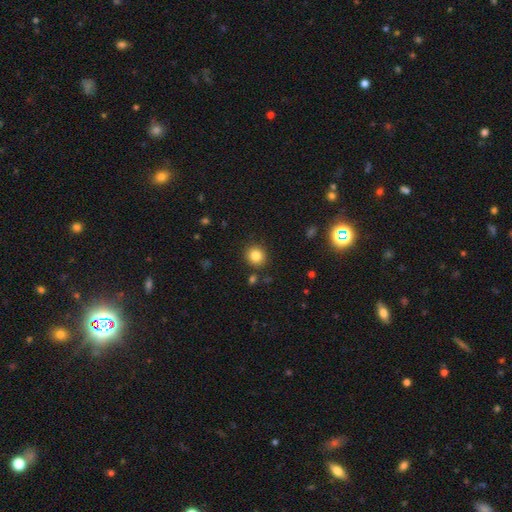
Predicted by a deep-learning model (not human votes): A smooth galaxy with no disk features (84%) that is round (87%).

Vote fractions:
- Smooth or featured? smooth: 84% / star or artifact: 11% / featured or disk: 6%
- How rounded? round: 87% / in between: 12% / cigar-shaped: 1%
- Merging? none: 88% / minor disturbance: 7% / merger: 3% / major disturbance: 2%